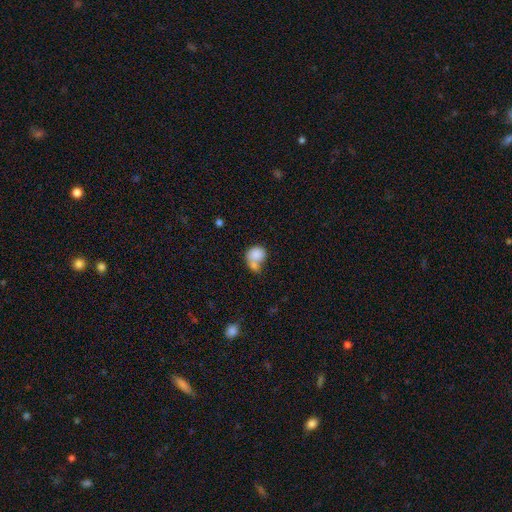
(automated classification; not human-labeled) smooth_or_featured: smooth (p=0.82) [alt: featured or disk p=0.10]
how_rounded: round (p=0.69) [alt: in between p=0.30]
merging: merger (p=0.49) [alt: none p=0.29]